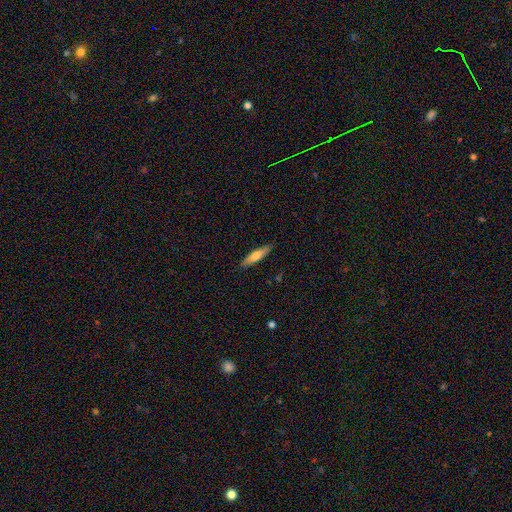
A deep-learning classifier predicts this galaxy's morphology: The model was most divided on "smooth or featured": smooth: 65%, featured or disk: 29%, star or artifact: 6%. More confident: merging — none (88%); how rounded — cigar-shaped (80%).